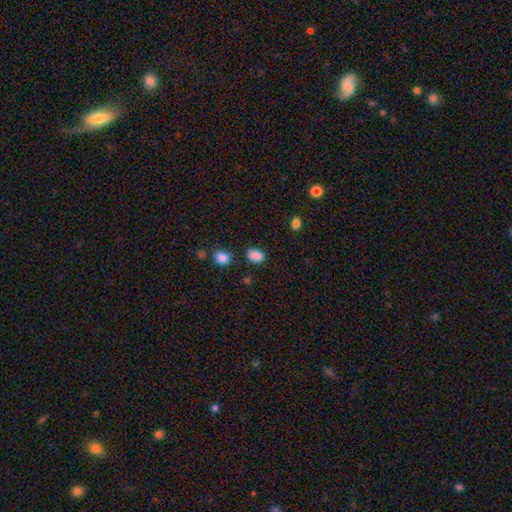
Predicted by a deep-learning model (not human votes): smooth_or_featured: smooth (p=0.86) [alt: star or artifact p=0.11]
how_rounded: in between (p=0.84) [alt: round p=0.15]
merging: none (p=0.74) [alt: minor disturbance p=0.17]